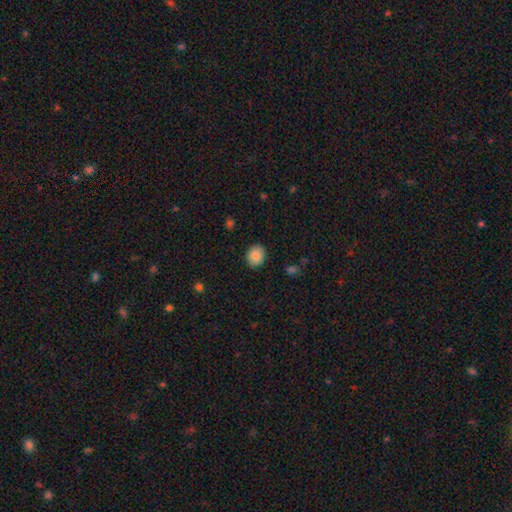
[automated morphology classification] Overall: smooth (86%). How rounded: round (58%; in between 41%). Merging: none (89%).